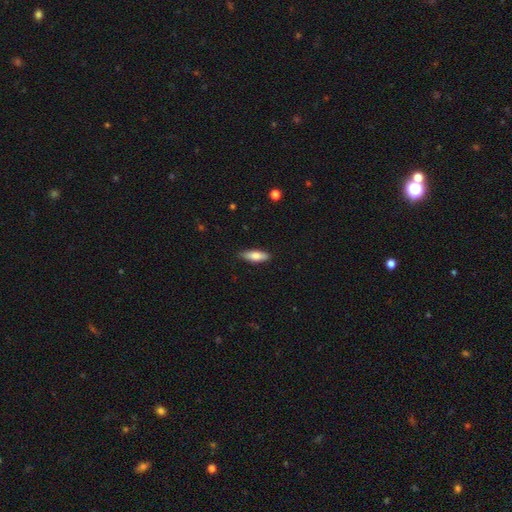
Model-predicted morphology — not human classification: smooth 76%, featured or disk 18%, star or artifact 6%. Down the decision tree: how rounded — in between (56%); merging — none (86%).